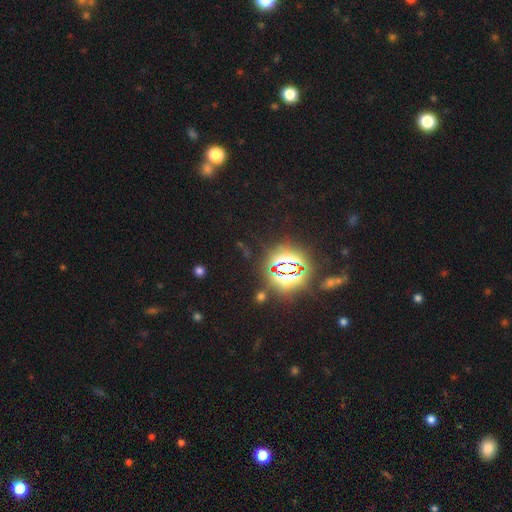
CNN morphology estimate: Q: Smooth or featured?
A: star or artifact (83%); runner-up: smooth (11%)